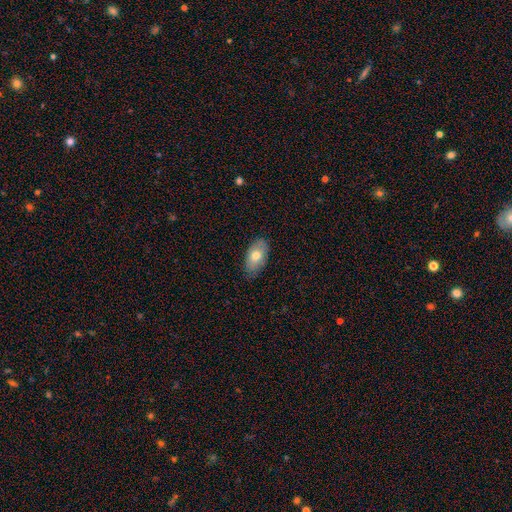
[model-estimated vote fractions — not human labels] Smooth or featured? smooth (72%)
How rounded? in between (93%)
Merging? none (80%)